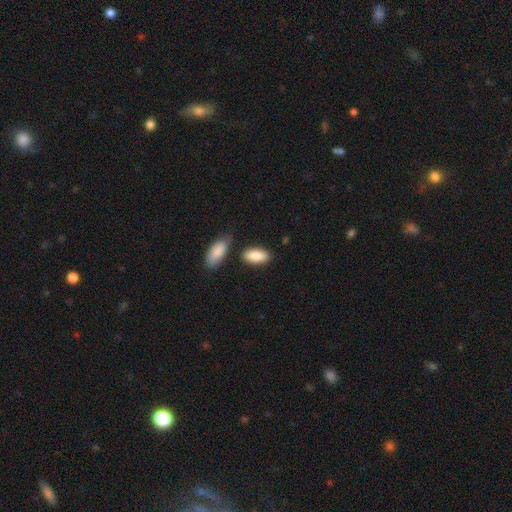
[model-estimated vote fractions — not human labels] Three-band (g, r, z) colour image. It shows a smooth galaxy with no disk features (86%) that is in between round and cigar-shaped (89%). Merging: none (74%).